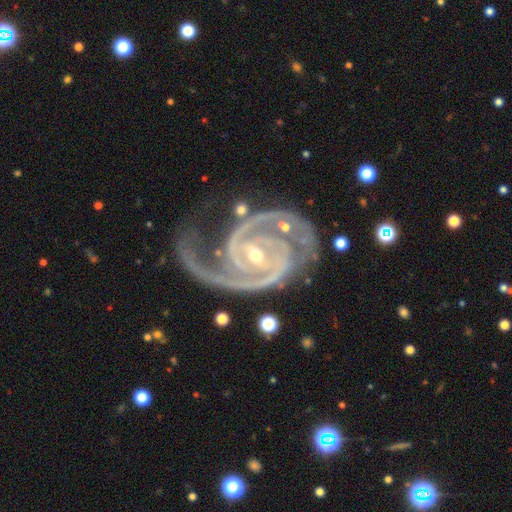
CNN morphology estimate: This appears to be a featured or disk galaxy (94%) with a weak bar (41%), 2 (77%) tight (47%) spiral arms (99%) and a small central bulge (63%). Merging: none (52%).